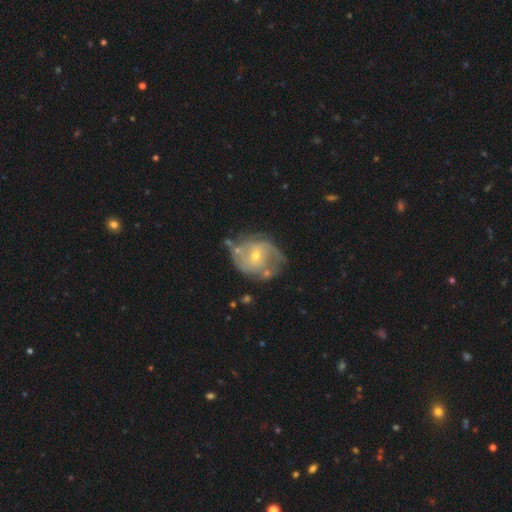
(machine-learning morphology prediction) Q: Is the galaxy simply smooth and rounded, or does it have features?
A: featured or disk — 80%.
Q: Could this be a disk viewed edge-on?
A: no — 97%.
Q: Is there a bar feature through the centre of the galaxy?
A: no — 59%.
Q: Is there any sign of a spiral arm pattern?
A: yes — 90%.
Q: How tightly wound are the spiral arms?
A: tight — 43%.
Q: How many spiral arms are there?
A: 2 — 52%.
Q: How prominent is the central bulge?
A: small — 61%.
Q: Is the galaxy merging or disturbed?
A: none — 61%.